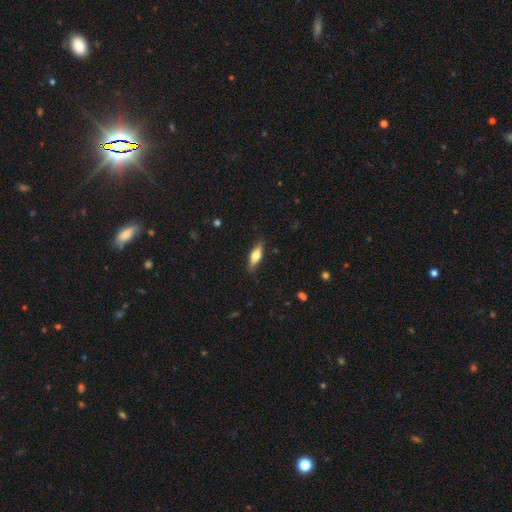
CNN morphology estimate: Smooth or featured?
  - smooth: 64% *
  - featured or disk: 30%
  - star or artifact: 6%
How rounded?
  - in between: 50% *
  - cigar-shaped: 48%
  - round: 2%
Merging?
  - none: 86% *
  - minor disturbance: 11%
  - major disturbance: 2%
  - merger: 1%